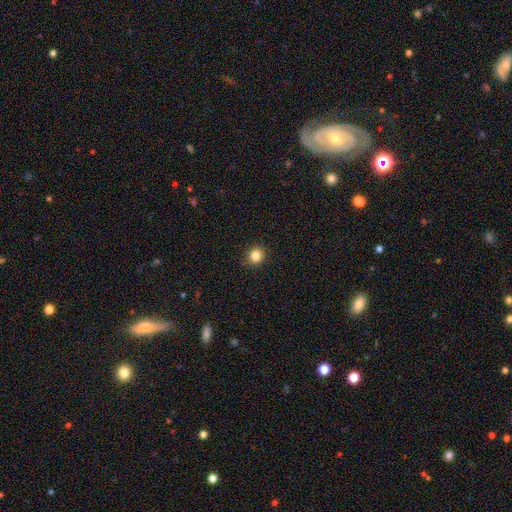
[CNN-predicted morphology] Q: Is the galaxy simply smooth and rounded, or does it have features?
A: smooth — 84%.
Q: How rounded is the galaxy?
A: round — 87%.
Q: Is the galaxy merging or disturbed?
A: none — 89%.